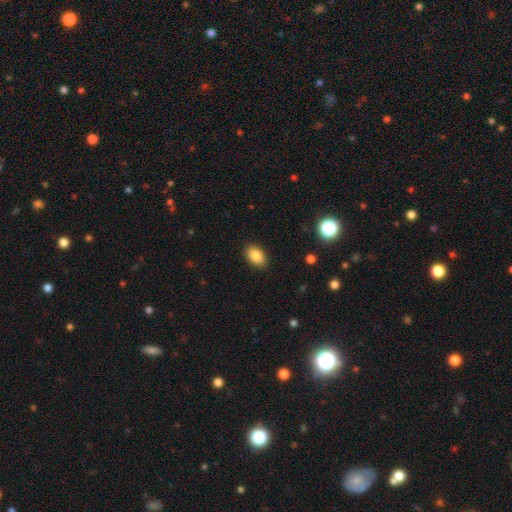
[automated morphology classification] Q: Smooth or featured?
A: smooth (88%); runner-up: star or artifact (8%)
Q: How rounded?
A: in between (90%); runner-up: round (8%)
Q: Merging?
A: none (88%); runner-up: minor disturbance (9%)